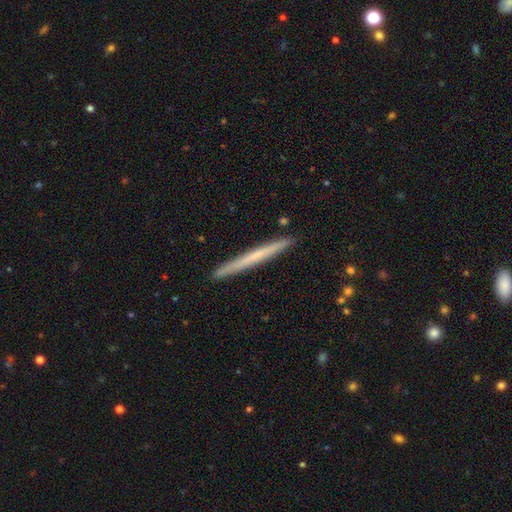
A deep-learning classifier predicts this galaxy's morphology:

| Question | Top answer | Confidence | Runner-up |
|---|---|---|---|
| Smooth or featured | smooth | 50% | featured or disk (45%) |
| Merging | none | 92% | minor disturbance (6%) |